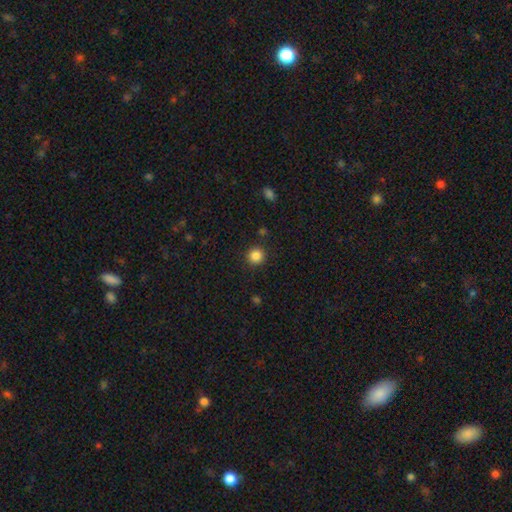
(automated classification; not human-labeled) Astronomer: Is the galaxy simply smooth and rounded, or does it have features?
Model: smooth — 85%.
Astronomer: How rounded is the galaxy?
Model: round — 94%.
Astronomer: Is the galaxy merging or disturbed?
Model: none — 90%.